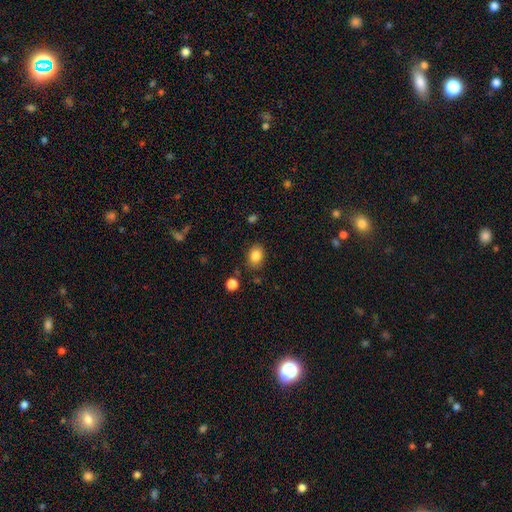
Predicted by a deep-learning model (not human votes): Smooth or featured? smooth (85%)
How rounded? in between (66%)
Merging? none (82%)